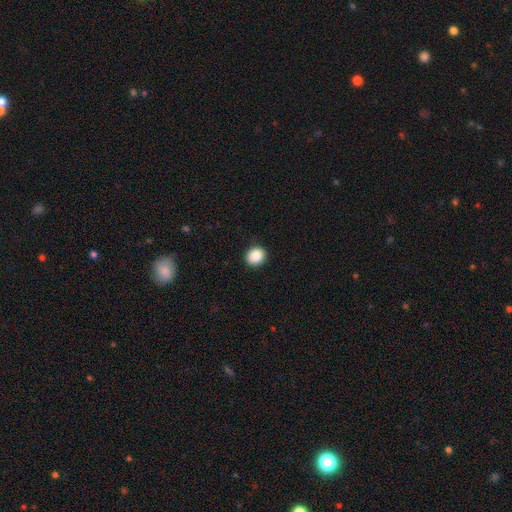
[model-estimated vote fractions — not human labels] Q: Smooth or featured?
A: smooth (88%); runner-up: star or artifact (9%)
Q: How rounded?
A: round (78%); runner-up: in between (21%)
Q: Merging?
A: none (90%); runner-up: minor disturbance (7%)